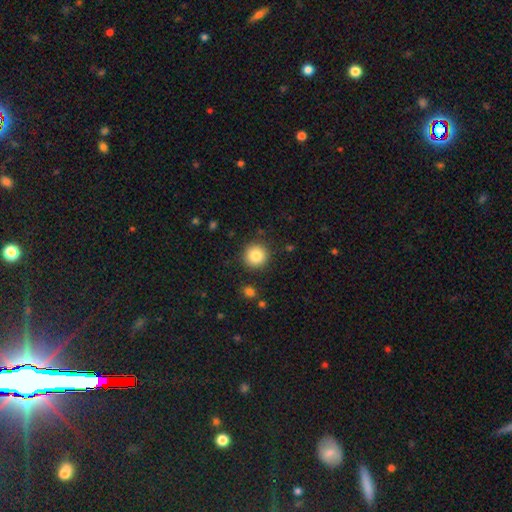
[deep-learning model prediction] This is clearly a smooth galaxy (84%). How rounded: clearly round (94%). Merging: clearly none (90%).